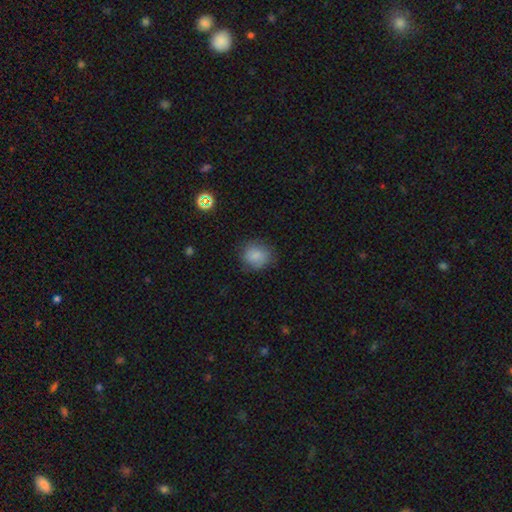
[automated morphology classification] Q: Smooth or featured?
A: smooth (83%); runner-up: star or artifact (10%)
Q: How rounded?
A: round (79%); runner-up: in between (21%)
Q: Merging?
A: none (78%); runner-up: minor disturbance (16%)